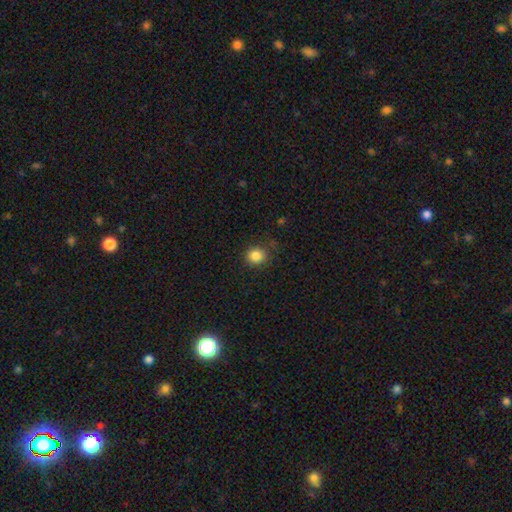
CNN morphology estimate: smooth_or_featured: smooth (p=0.85) [alt: star or artifact p=0.11]
how_rounded: round (p=0.81) [alt: in between p=0.18]
merging: none (p=0.81) [alt: minor disturbance p=0.14]